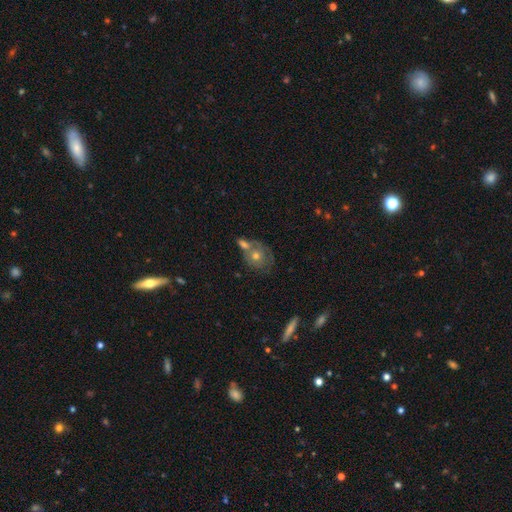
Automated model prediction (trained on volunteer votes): Morphology: type=featured or disk (47%); merging=none (47%).